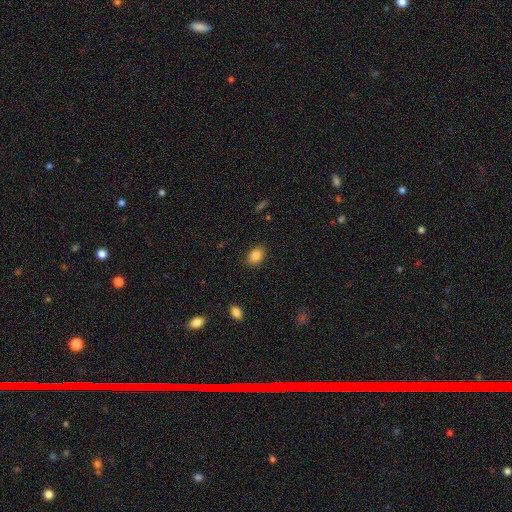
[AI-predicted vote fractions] smooth 86%, star or artifact 9%, featured or disk 5%. Down the decision tree: how rounded — in between (73%); merging — none (88%).